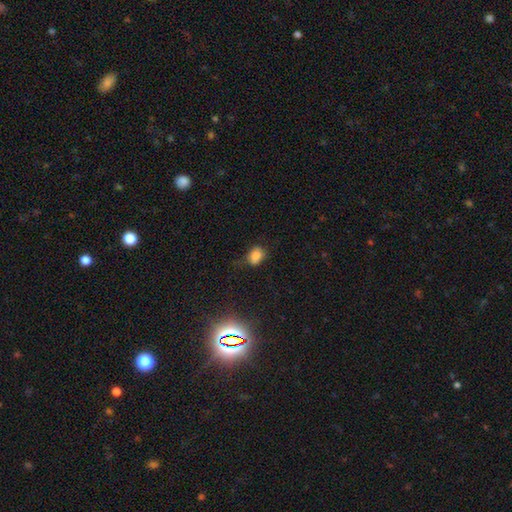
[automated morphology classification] Smooth or featured? Predicted: smooth (p=0.78). How rounded? Predicted: in between (p=0.64). Merging? Predicted: none (p=0.54).